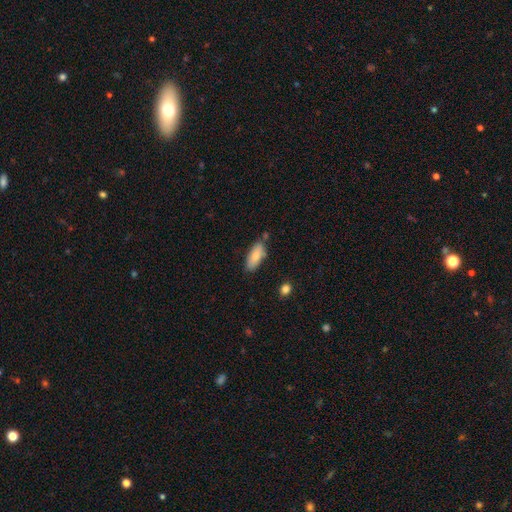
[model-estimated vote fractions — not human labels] Smooth or featured? smooth (84%)
How rounded? in between (77%)
Merging? none (72%)